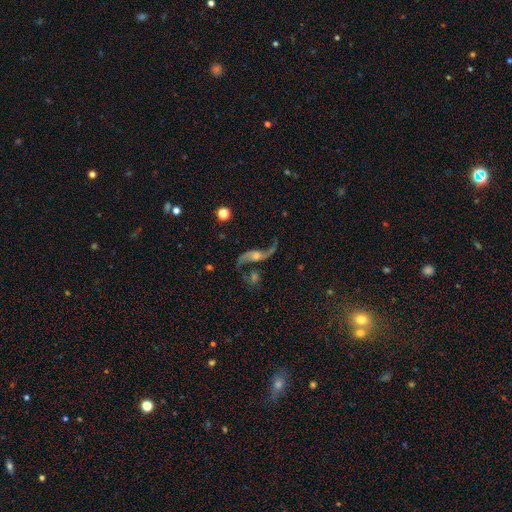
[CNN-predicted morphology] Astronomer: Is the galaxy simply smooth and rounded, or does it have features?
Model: featured or disk — 87%.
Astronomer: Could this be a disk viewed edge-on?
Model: no — 94%.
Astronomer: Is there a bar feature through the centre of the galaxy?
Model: no — 60%.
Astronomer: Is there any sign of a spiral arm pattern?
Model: yes — 95%.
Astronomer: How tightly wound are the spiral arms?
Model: loose — 91%.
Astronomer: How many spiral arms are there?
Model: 2 — 93%.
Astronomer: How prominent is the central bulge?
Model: small — 43% (runner-up: moderate, 40%).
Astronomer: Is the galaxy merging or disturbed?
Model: none — 63%.